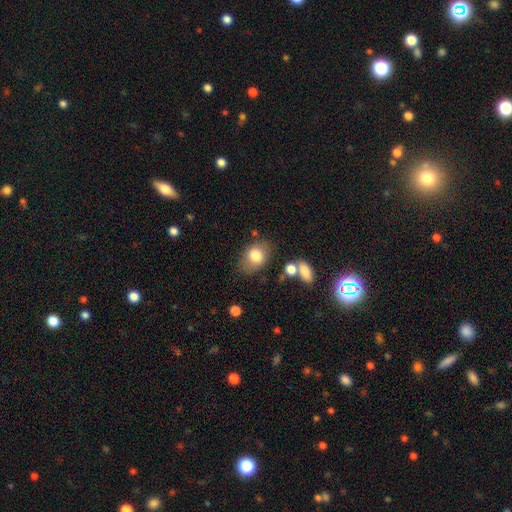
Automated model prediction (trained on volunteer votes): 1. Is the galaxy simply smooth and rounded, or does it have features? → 78% smooth, 14% featured or disk, 8% star or artifact.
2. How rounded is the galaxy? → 78% in between, 21% round, 1% cigar-shaped.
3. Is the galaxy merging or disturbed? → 70% none, 18% minor disturbance, 7% merger, 6% major disturbance.